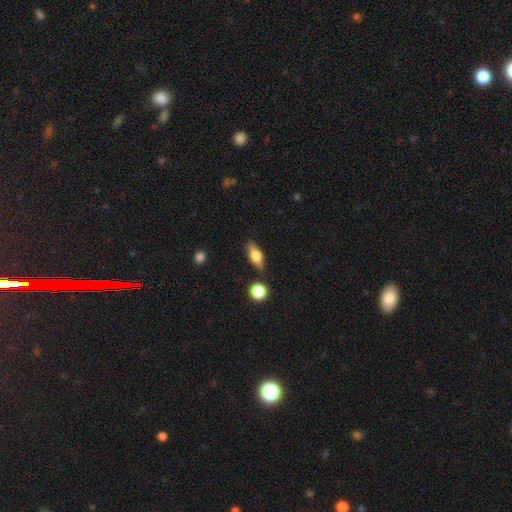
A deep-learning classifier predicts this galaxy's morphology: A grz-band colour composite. It shows a smooth galaxy with no disk features (58%) that is in between round and cigar-shaped (66%). Merging: none (82%).